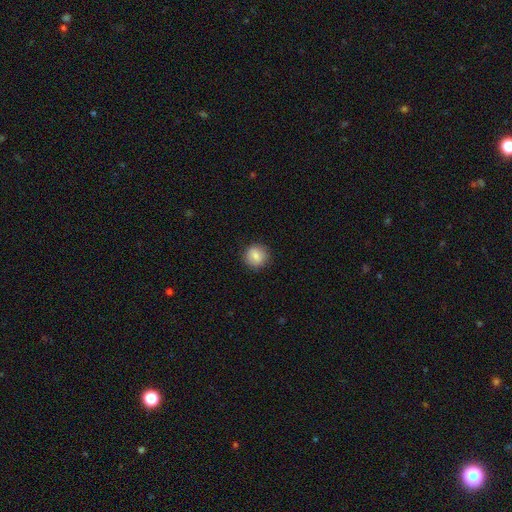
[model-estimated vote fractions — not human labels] Smooth or featured? Predicted: smooth (p=0.80). How rounded? Predicted: round (p=0.90). Merging? Predicted: none (p=0.87).